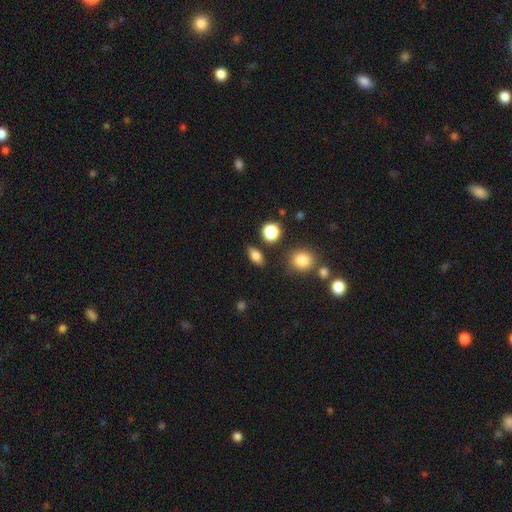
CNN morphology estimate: A smooth galaxy with no disk features (79%) that is in between round and cigar-shaped (79%).

Vote fractions:
- Smooth or featured? smooth: 79% / star or artifact: 11% / featured or disk: 10%
- How rounded? in between: 79% / round: 14% / cigar-shaped: 7%
- Merging? none: 82% / minor disturbance: 11% / merger: 4% / major disturbance: 3%